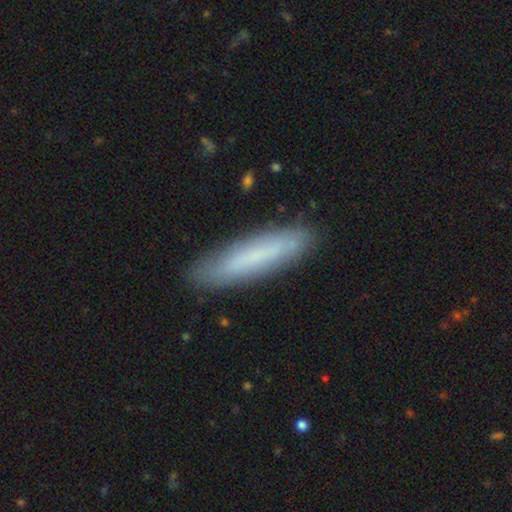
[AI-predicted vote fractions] A smooth galaxy with no disk features (64%) that is cigar-shaped (84%). Merging: none (85%).